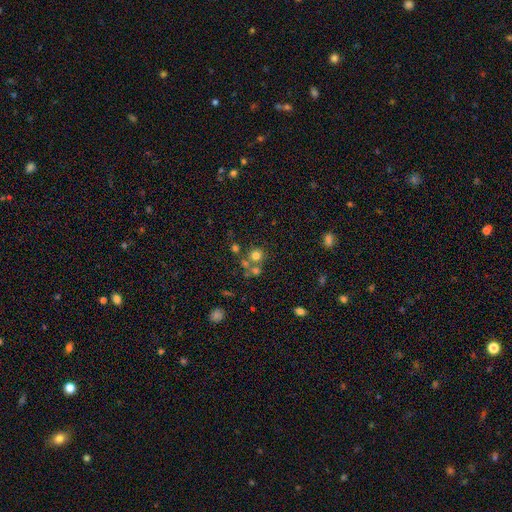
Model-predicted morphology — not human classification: smooth_or_featured: smooth (p=0.70) [alt: star or artifact p=0.18]
how_rounded: round (p=0.89) [alt: in between p=0.10]
merging: none (p=0.60) [alt: merger p=0.28]